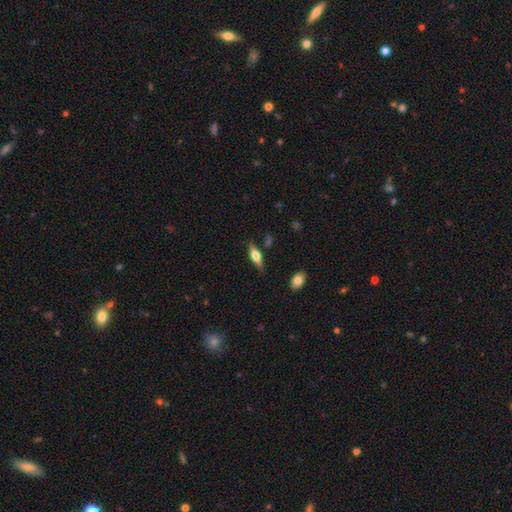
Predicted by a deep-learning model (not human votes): This appears to be a featured or disk galaxy (51%) viewed edge-on (93%). Merging: none (82%).